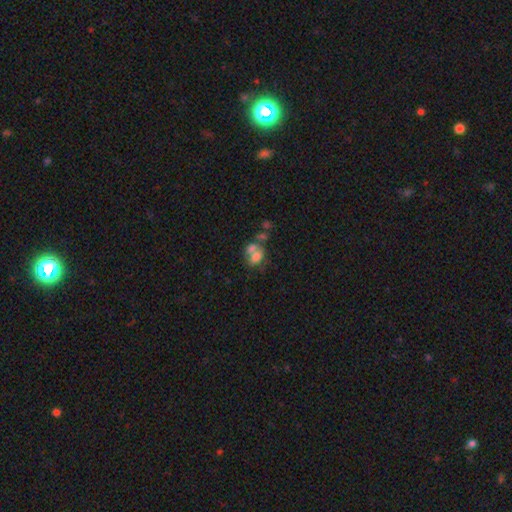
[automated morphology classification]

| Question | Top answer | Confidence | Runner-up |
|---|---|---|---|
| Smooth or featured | smooth | 60% | featured or disk (28%) |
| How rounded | in between | 72% | round (27%) |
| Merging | merger | 56% | none (22%) |